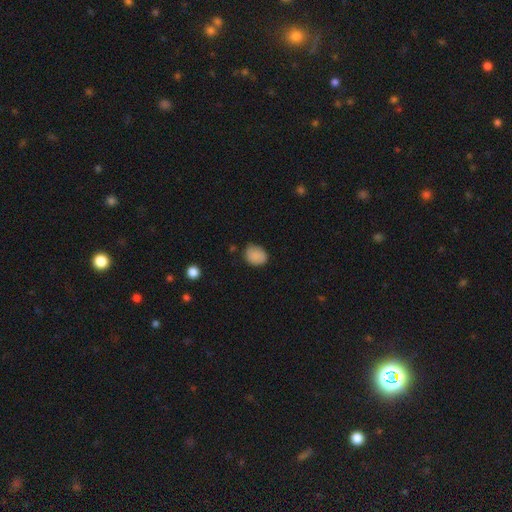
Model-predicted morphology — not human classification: Smooth or featured? smooth (86%)
How rounded? in between (50%)
Merging? none (71%)